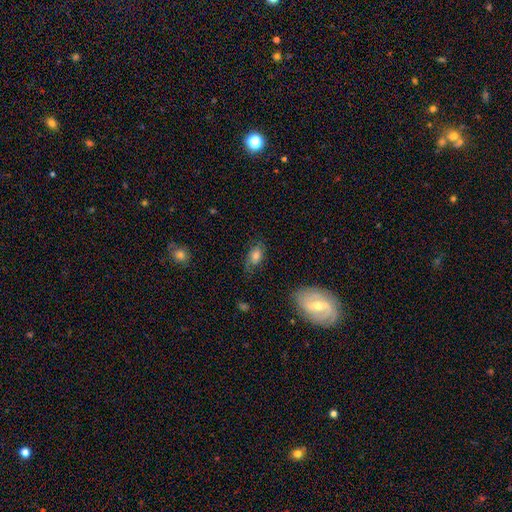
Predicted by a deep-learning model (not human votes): Smooth or featured? Predicted: smooth (p=0.55). How rounded? Predicted: in between (p=0.86). Merging? Predicted: none (p=0.68).